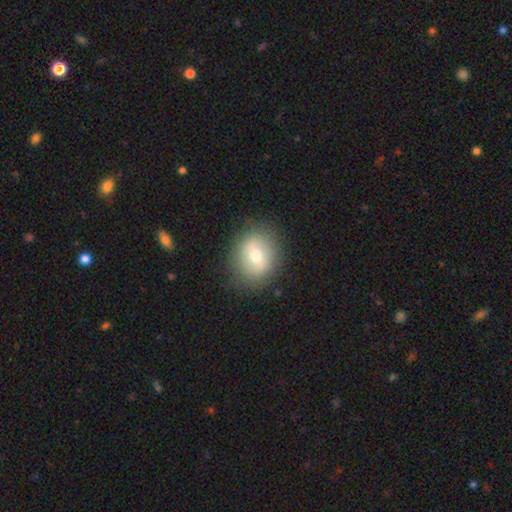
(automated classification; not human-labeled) Smooth or featured? smooth (64%)
How rounded? round (56%)
Merging? none (84%)